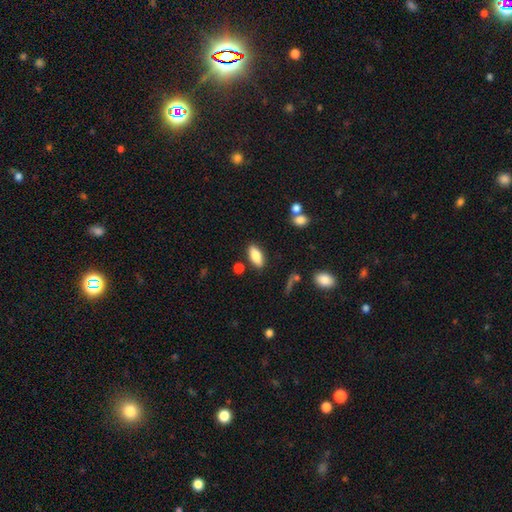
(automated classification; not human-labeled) smooth_or_featured: smooth (p=0.82) [alt: featured or disk p=0.11]
how_rounded: in between (p=0.83) [alt: cigar-shaped p=0.14]
merging: none (p=0.83) [alt: minor disturbance p=0.10]